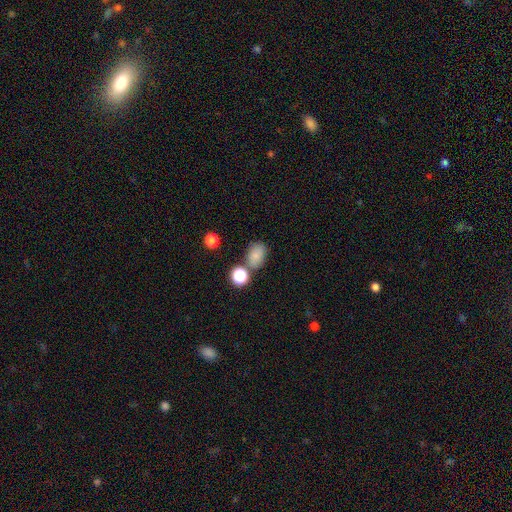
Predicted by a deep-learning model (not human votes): Smooth or featured: smooth — 79% (star or artifact — 13%)
How rounded: in between — 77% (round — 21%)
Merging: none — 68% (minor disturbance — 15%)